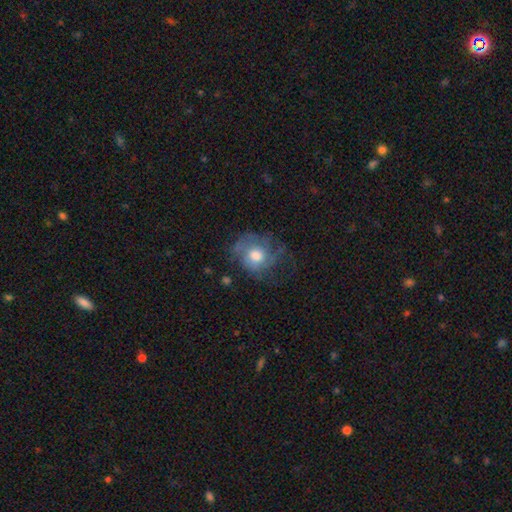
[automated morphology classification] Smooth or featured: featured or disk — 47% (smooth — 44%)
Merging: none — 51% (minor disturbance — 24%)